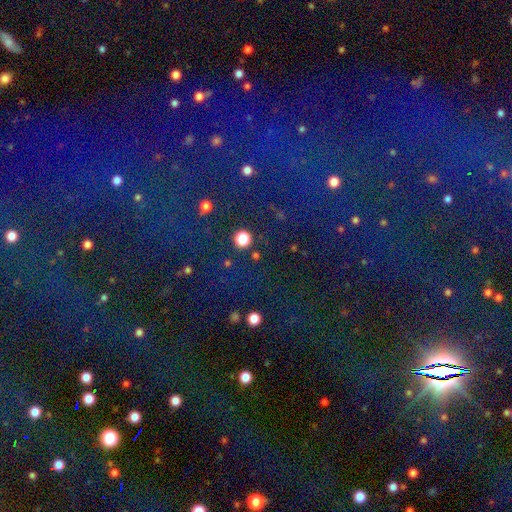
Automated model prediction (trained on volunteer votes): A star or artifact, not a galaxy (77%).